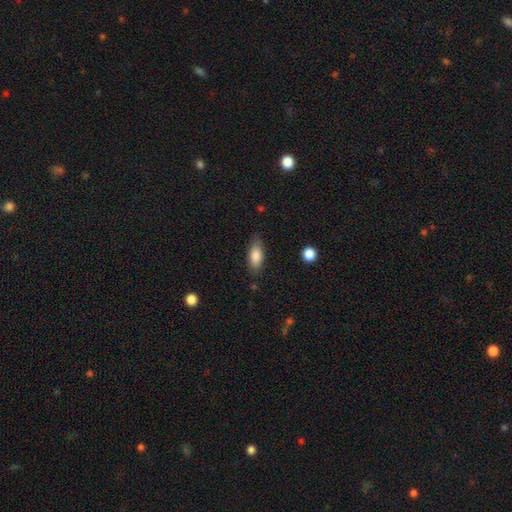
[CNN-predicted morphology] Q: Smooth or featured?
A: smooth (84%); runner-up: featured or disk (9%)
Q: How rounded?
A: in between (78%); runner-up: cigar-shaped (19%)
Q: Merging?
A: none (81%); runner-up: minor disturbance (14%)